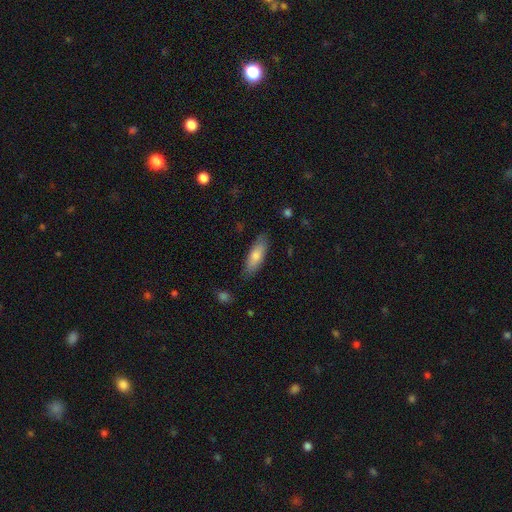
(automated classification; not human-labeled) Smooth or featured: smooth — 75% (featured or disk — 18%)
How rounded: in between — 61% (cigar-shaped — 38%)
Merging: none — 83% (minor disturbance — 13%)